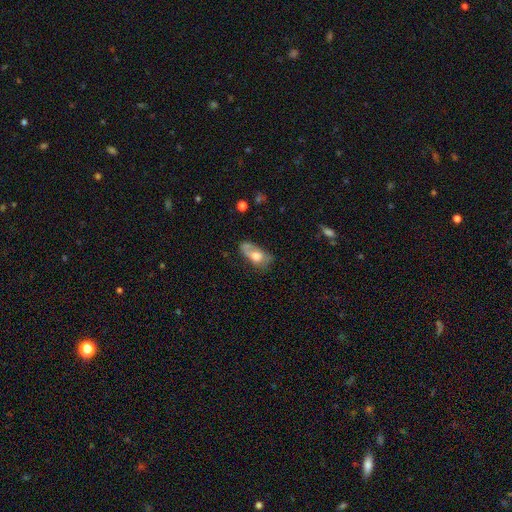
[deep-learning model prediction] smooth_or_featured: smooth (p=0.58) [alt: featured or disk p=0.33]
how_rounded: in between (p=0.86) [alt: round p=0.08]
merging: none (p=0.31) [tied with: minor disturbance p=0.31]